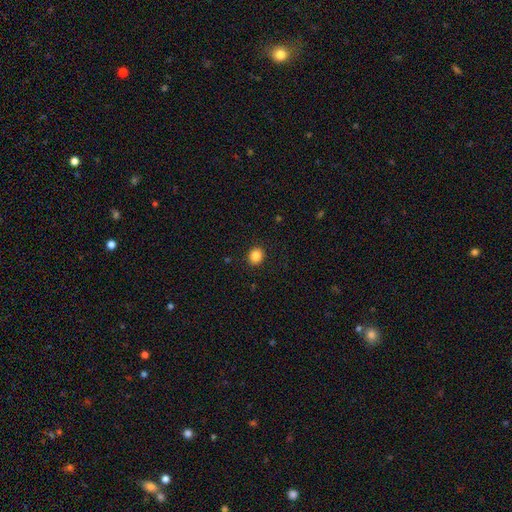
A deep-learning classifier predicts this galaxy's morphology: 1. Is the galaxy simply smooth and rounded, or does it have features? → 86% smooth, 10% star or artifact, 4% featured or disk.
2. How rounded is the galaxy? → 70% round, 29% in between, 1% cigar-shaped.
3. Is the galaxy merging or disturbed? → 91% none, 6% minor disturbance, 2% major disturbance, 1% merger.